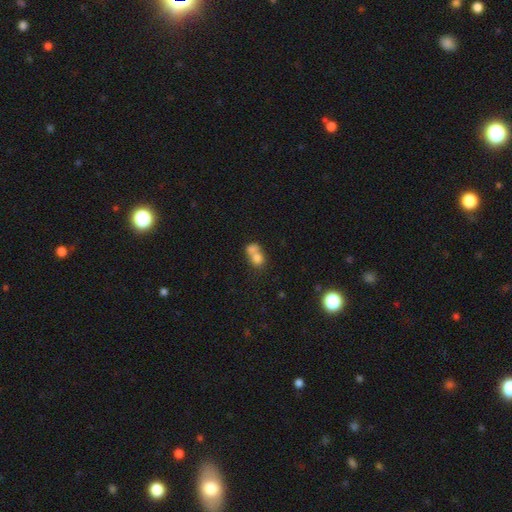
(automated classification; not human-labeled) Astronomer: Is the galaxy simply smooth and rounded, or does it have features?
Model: smooth — 74%.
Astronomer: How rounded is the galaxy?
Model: round — 60% (runner-up: in between, 39%).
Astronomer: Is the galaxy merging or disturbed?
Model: merger — 69%.